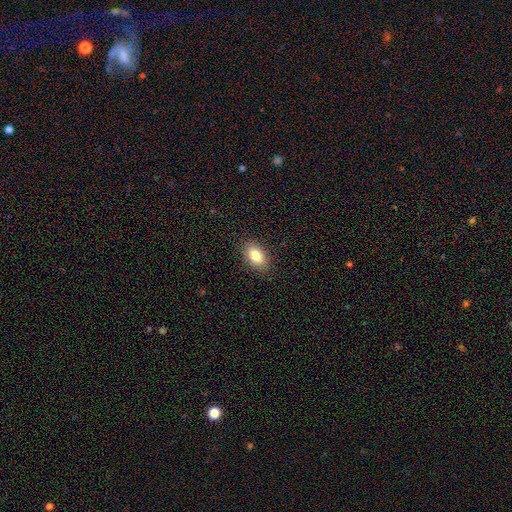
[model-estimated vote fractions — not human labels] Overall: smooth (84%). How rounded: in between (88%). Merging: none (87%).